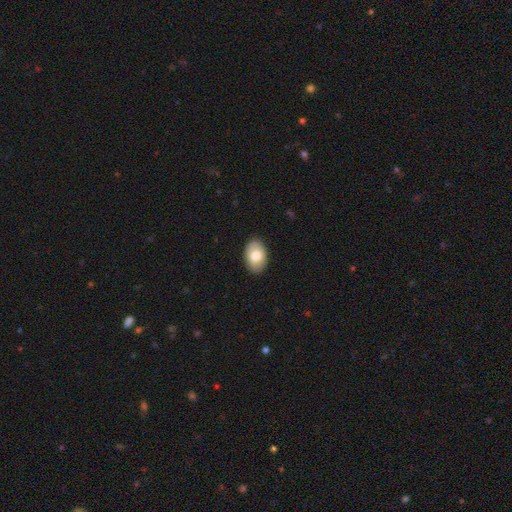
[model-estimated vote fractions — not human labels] Smooth or featured: smooth — 78% (featured or disk — 16%)
How rounded: in between — 90% (round — 9%)
Merging: none — 89% (minor disturbance — 8%)